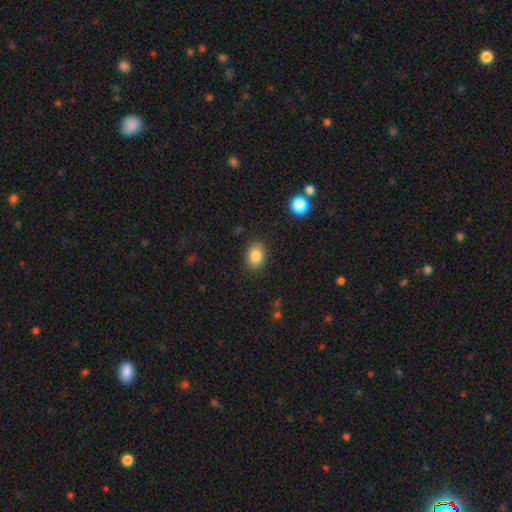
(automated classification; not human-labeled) Smooth or featured?
  - smooth: 85% *
  - star or artifact: 9%
  - featured or disk: 6%
How rounded?
  - in between: 71% *
  - round: 27%
  - cigar-shaped: 1%
Merging?
  - none: 87% *
  - minor disturbance: 9%
  - major disturbance: 3%
  - merger: 1%